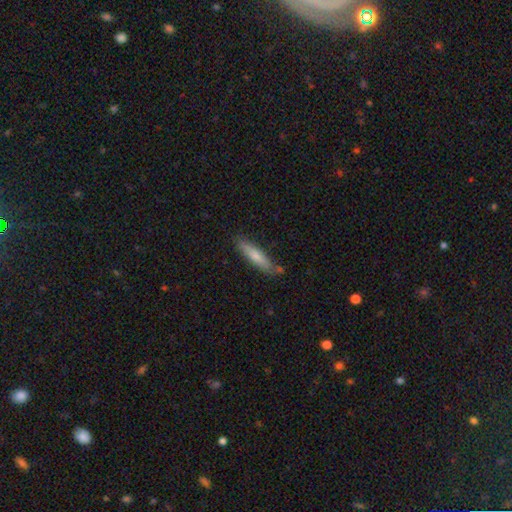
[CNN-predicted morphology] A smooth galaxy with no disk features (72%) that is cigar-shaped (84%).

Vote fractions:
- Smooth or featured? smooth: 72% / featured or disk: 23% / star or artifact: 6%
- How rounded? cigar-shaped: 84% / in between: 14% / round: 1%
- Merging? none: 77% / minor disturbance: 16% / merger: 5% / major disturbance: 3%